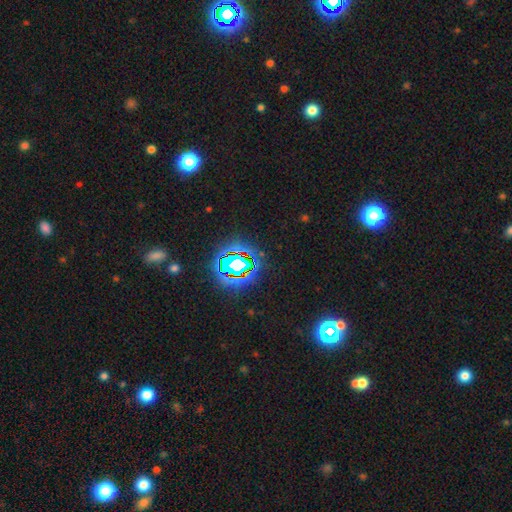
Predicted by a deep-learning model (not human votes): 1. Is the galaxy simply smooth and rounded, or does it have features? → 80% star or artifact, 12% smooth, 8% featured or disk.